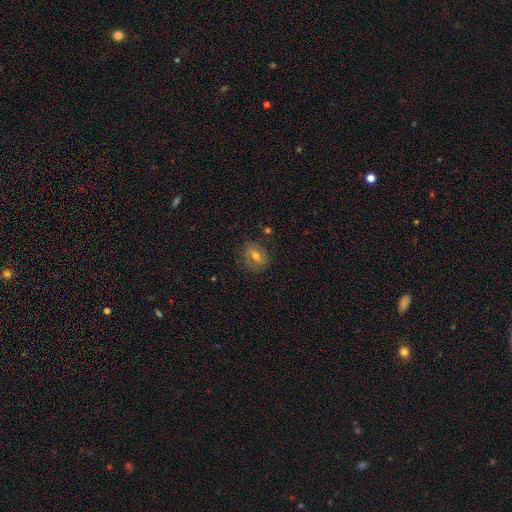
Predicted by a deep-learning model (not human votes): This is possibly a smooth galaxy (51%). How rounded: possibly round (51%). Merging: likely none (78%).